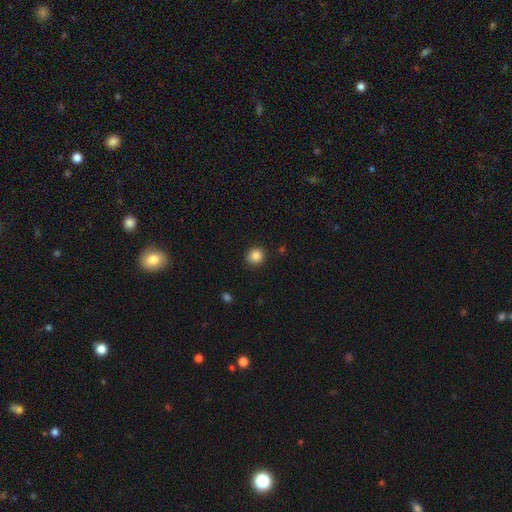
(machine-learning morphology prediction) Smooth or featured: smooth — 86% (star or artifact — 10%)
How rounded: round — 88% (in between — 11%)
Merging: none — 89% (minor disturbance — 8%)